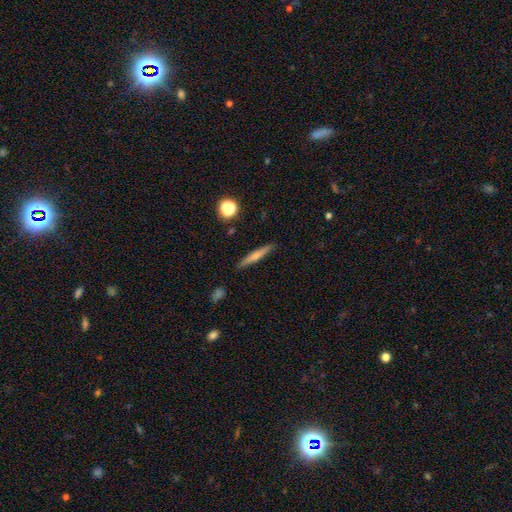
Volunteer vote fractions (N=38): smooth 55%, featured or disk 37%, star or artifact 8%. Down the decision tree: how rounded — cigar-shaped (86%); merging — none (91%).